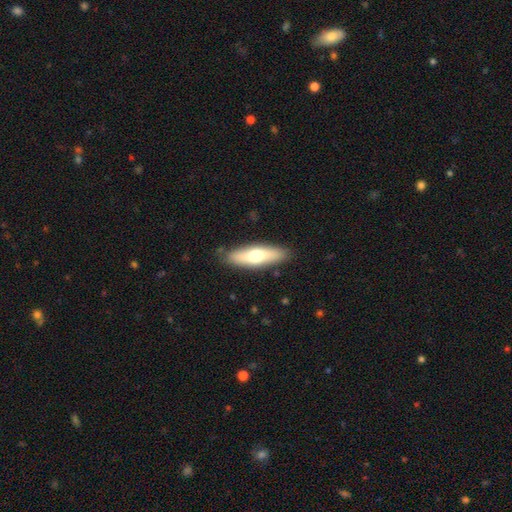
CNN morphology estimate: Q: Smooth or featured?
A: smooth (60%); runner-up: featured or disk (34%)
Q: How rounded?
A: cigar-shaped (54%); runner-up: in between (43%)
Q: Merging?
A: none (85%); runner-up: minor disturbance (11%)